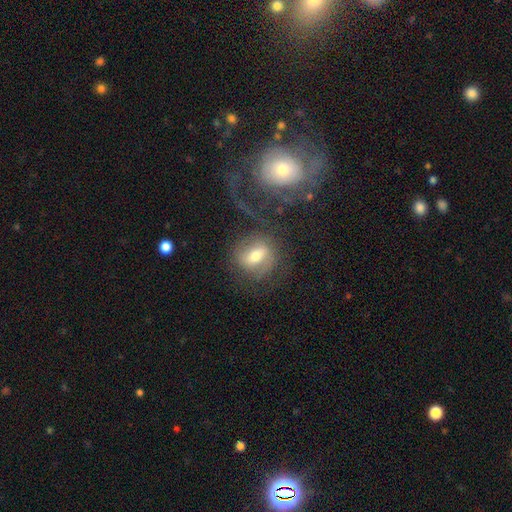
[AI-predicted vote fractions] Smooth or featured? featured or disk (51%)
Edge-on disk? no (91%)
Merging? none (62%)